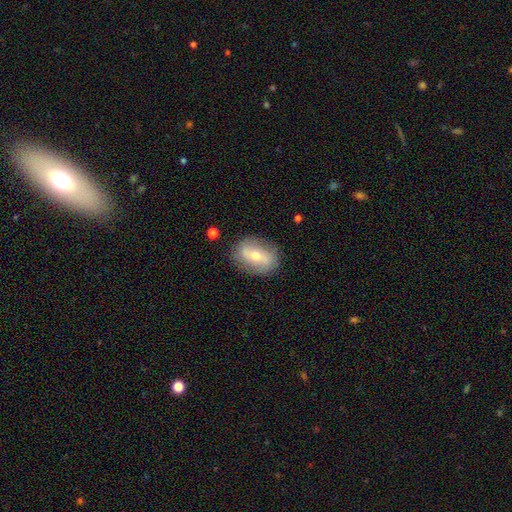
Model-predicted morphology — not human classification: type=featured or disk (53%); edge-on=no (89%); merging=none (82%).